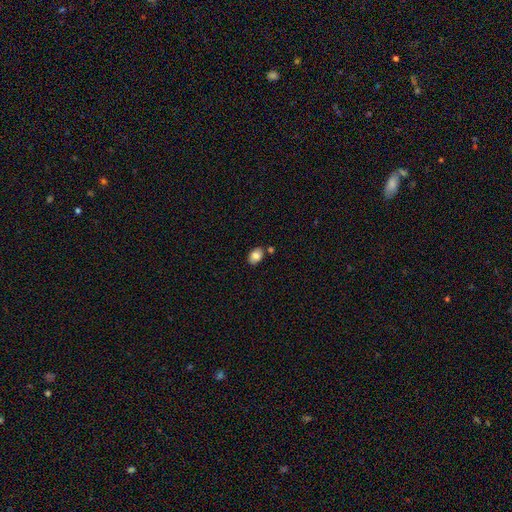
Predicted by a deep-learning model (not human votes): Morphology: type=smooth (80%); roundness=in between (83%); merging=none (77%).